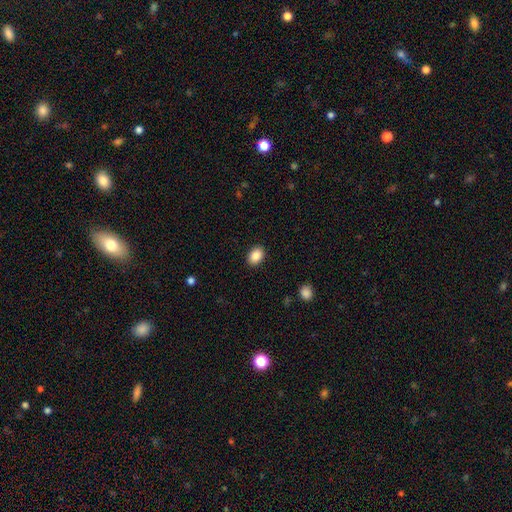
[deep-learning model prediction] The model was most divided on "how rounded": in between: 75%, round: 24%, cigar-shaped: 1%. More confident: merging — none (90%); smooth or featured — smooth (88%).